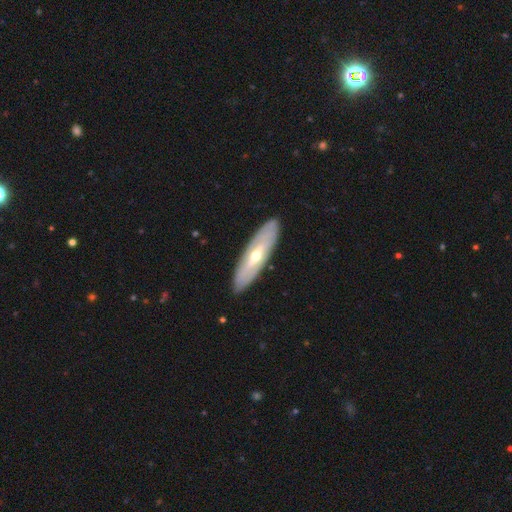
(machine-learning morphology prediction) featured or disk 66%, smooth 30%, star or artifact 5%. Down the decision tree: edge-on disk — no (62%); merging — none (88%).